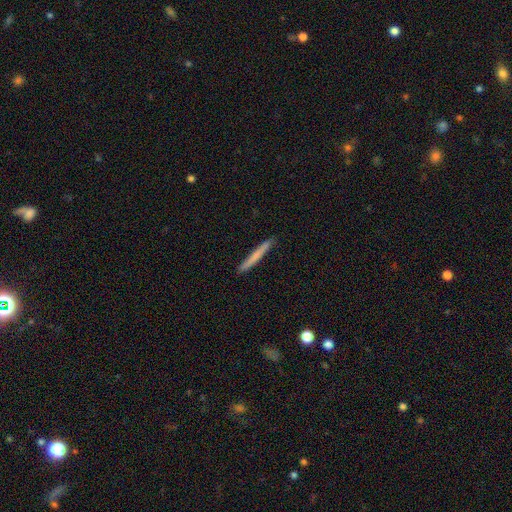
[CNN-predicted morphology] The model was most divided on "smooth or featured": smooth: 68%, featured or disk: 26%, star or artifact: 6%. More confident: how rounded — cigar-shaped (97%); merging — none (91%).